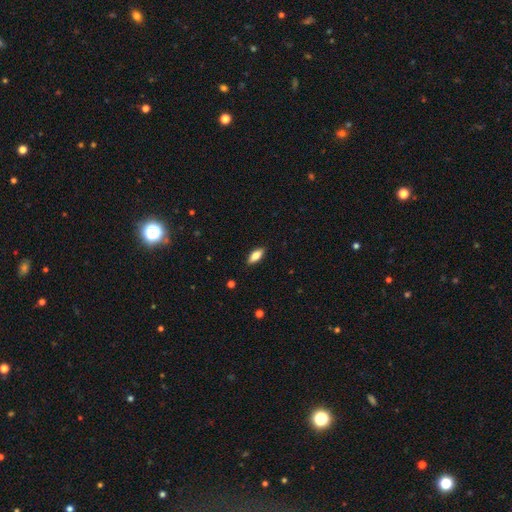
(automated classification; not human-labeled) smooth_or_featured: smooth (p=0.73) [alt: featured or disk p=0.21]
how_rounded: in between (p=0.78) [alt: cigar-shaped p=0.19]
merging: none (p=0.89) [alt: minor disturbance p=0.08]